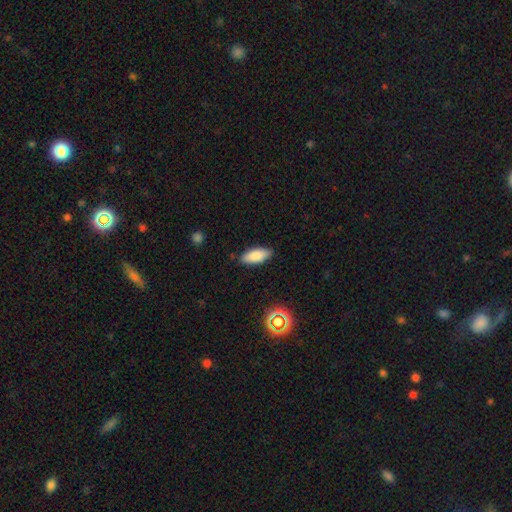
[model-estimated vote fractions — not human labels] Smooth or featured: smooth — 83% (featured or disk — 10%)
How rounded: in between — 79% (cigar-shaped — 19%)
Merging: none — 85% (minor disturbance — 11%)